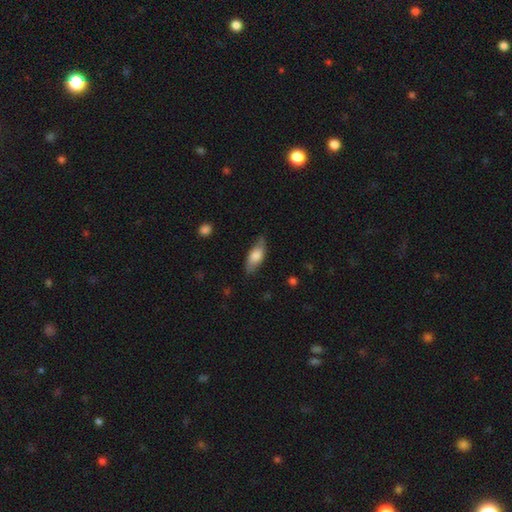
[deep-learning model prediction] A smooth galaxy with no disk features (68%) that is in between round and cigar-shaped (75%). Merging: none (75%).